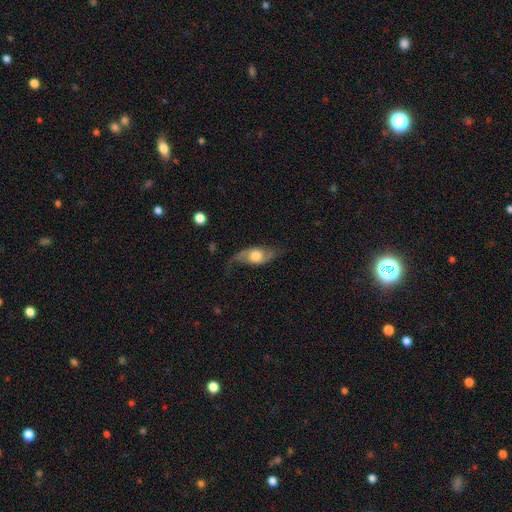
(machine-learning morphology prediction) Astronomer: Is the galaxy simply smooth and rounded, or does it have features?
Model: featured or disk — 66%.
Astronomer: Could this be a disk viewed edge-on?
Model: no — 86%.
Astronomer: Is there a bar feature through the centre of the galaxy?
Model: no — 71%.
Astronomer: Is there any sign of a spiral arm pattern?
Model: yes — 88%.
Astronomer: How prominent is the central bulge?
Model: moderate — 59%.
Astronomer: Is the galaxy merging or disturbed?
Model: none — 60%.